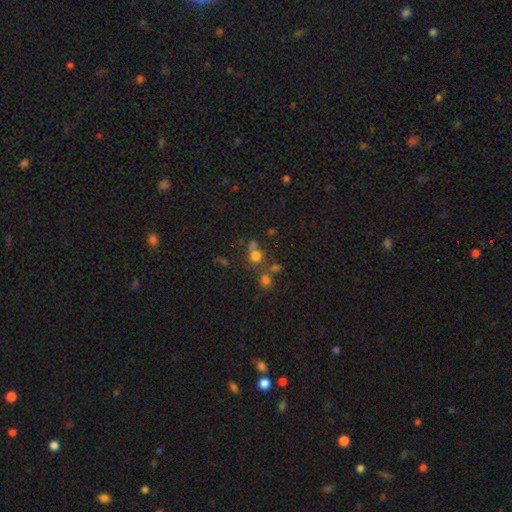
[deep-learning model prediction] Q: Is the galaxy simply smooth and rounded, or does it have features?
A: smooth — 66%.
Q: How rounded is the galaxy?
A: round — 81%.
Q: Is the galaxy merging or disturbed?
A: none — 53%.